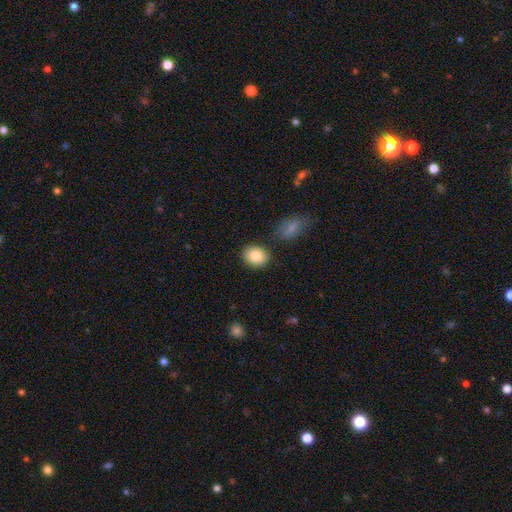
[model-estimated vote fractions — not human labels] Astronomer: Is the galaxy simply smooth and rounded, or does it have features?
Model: smooth — 86%.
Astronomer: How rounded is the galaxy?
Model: round — 51% (runner-up: in between, 48%).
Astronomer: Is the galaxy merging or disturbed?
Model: none — 83%.